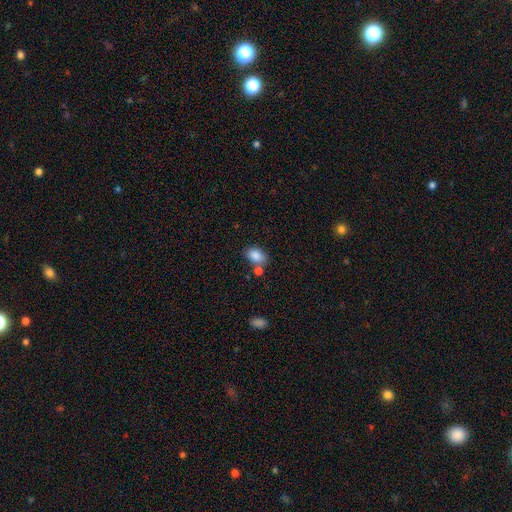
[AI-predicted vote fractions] The model was most divided on "merging": none: 61%, merger: 19%, minor disturbance: 16%, major disturbance: 5%. More confident: smooth or featured — smooth (85%); how rounded — in between (81%).